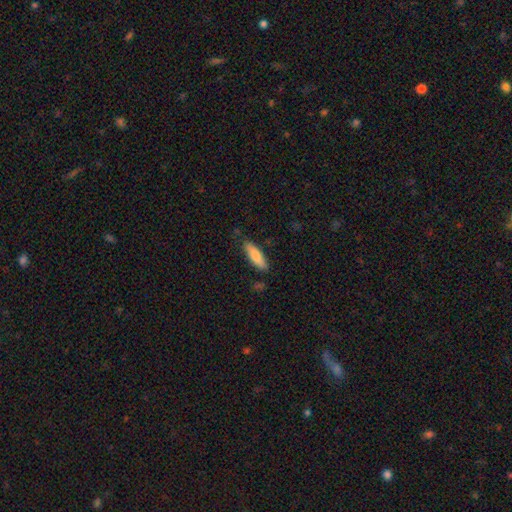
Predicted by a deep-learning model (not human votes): smooth-or-featured: smooth: 80% | featured or disk: 14% | star or artifact: 6%
  how-rounded: cigar-shaped: 57% | in between: 41% | round: 2%
  merging: none: 82% | minor disturbance: 13% | major disturbance: 3% | merger: 2%